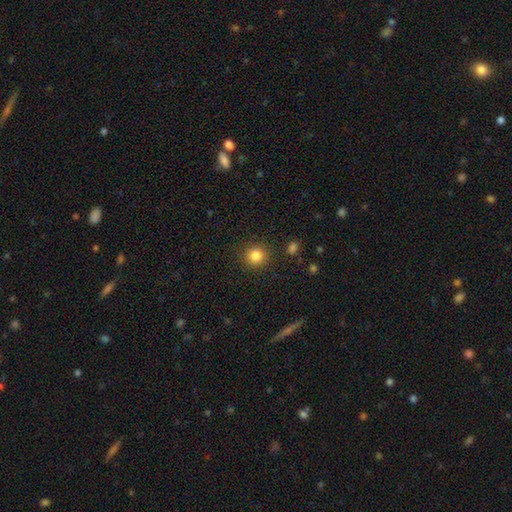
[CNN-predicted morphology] Smooth or featured?
  - smooth: 84% *
  - star or artifact: 11%
  - featured or disk: 5%
How rounded?
  - round: 91% *
  - in between: 8%
  - cigar-shaped: 1%
Merging?
  - none: 89% *
  - minor disturbance: 7%
  - major disturbance: 3%
  - merger: 2%